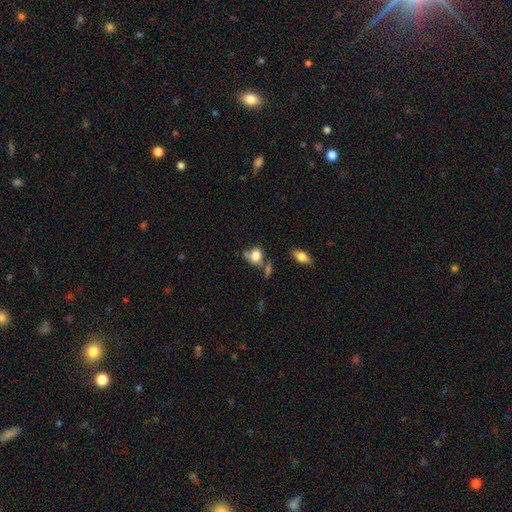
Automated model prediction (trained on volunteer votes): Smooth or featured: smooth — 76% (featured or disk — 14%)
How rounded: round — 56% (in between — 42%)
Merging: none — 44% (minor disturbance — 23%)